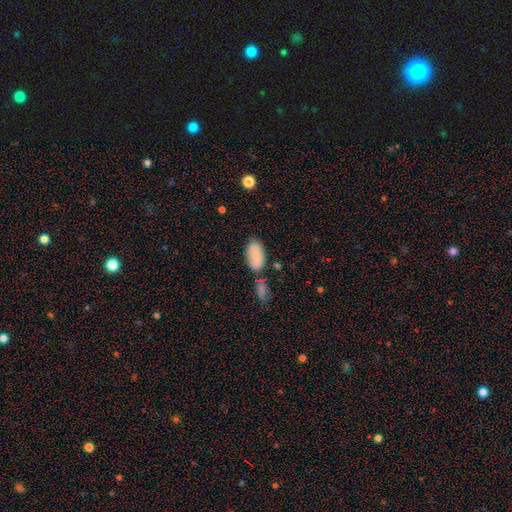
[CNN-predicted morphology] A smooth galaxy with no disk features (81%) that is in between round and cigar-shaped (95%).

Vote fractions:
- Smooth or featured? smooth: 81% / featured or disk: 12% / star or artifact: 7%
- How rounded? in between: 95% / round: 3% / cigar-shaped: 2%
- Merging? none: 68% / minor disturbance: 16% / merger: 12% / major disturbance: 4%